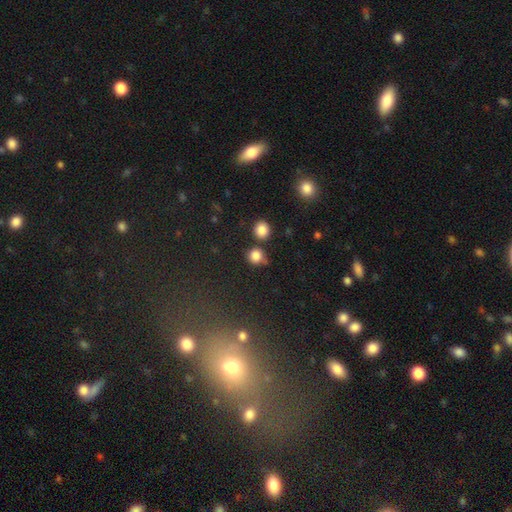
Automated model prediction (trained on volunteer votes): Smooth or featured: smooth — 83% (star or artifact — 11%)
How rounded: round — 87% (in between — 12%)
Merging: none — 63% (merger — 18%)